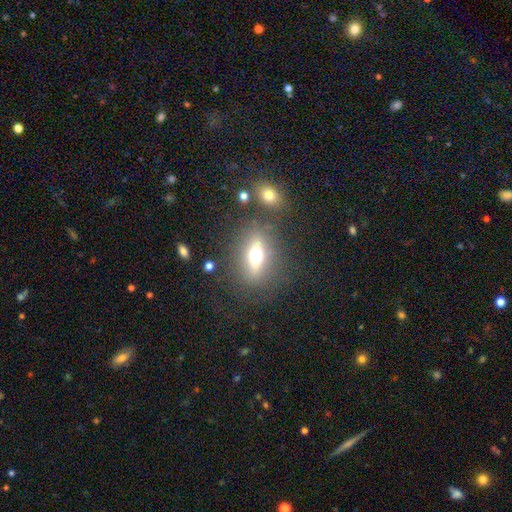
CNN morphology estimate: Smooth or featured?
  - smooth: 49% *
  - featured or disk: 38%
  - star or artifact: 13%
Merging?
  - none: 78% *
  - minor disturbance: 11%
  - major disturbance: 6%
  - merger: 5%